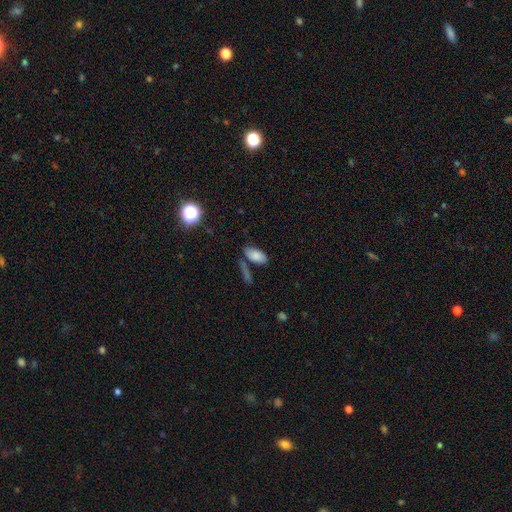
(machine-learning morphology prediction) A smooth galaxy with no disk features (81%) that is in between round and cigar-shaped (90%). Merging: none (63%).